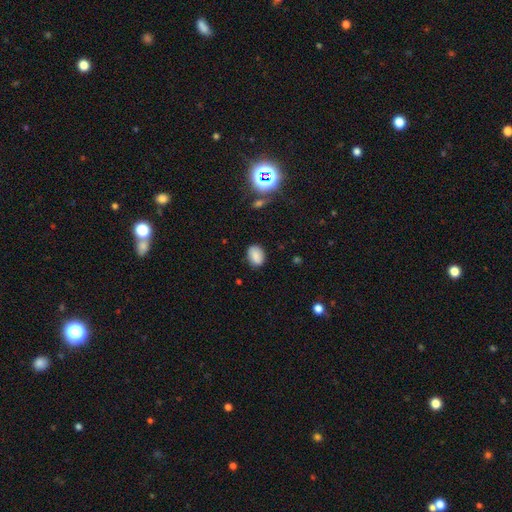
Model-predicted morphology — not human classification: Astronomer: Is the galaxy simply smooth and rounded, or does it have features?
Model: smooth — 81%.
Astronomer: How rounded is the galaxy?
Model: in between — 71%.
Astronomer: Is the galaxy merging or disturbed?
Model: none — 82%.